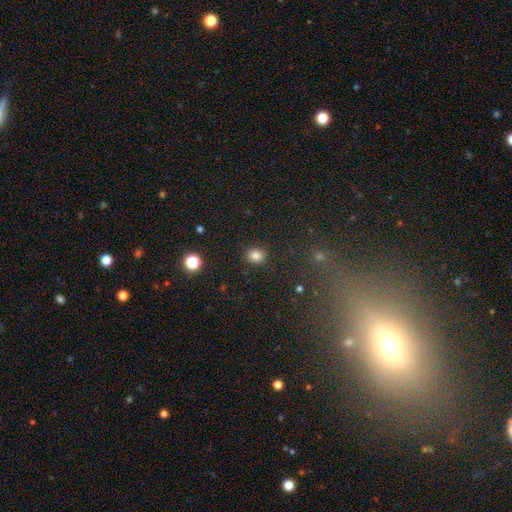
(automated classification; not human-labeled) The model was most divided on "how rounded": round: 61%, in between: 38%, cigar-shaped: 1%. More confident: merging — none (87%); smooth or featured — smooth (84%).